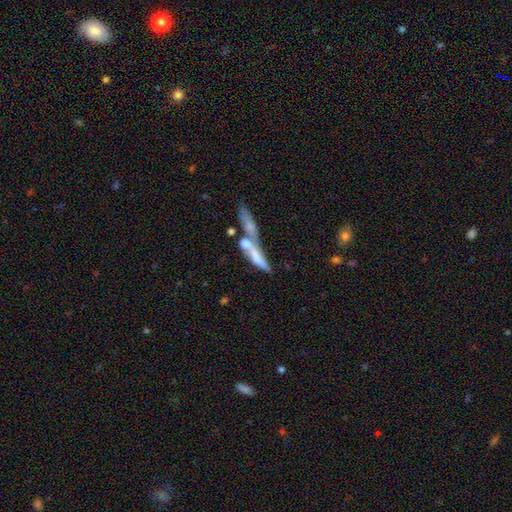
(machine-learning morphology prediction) This appears to be a smooth galaxy with no disk features (52%) that is cigar-shaped (73%). Merging: merger (63%).